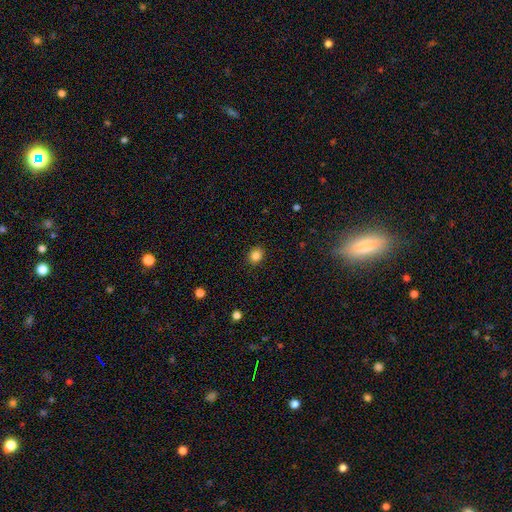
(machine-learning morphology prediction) smooth 85%, star or artifact 11%, featured or disk 4%. Down the decision tree: how rounded — round (69%); merging — none (89%).